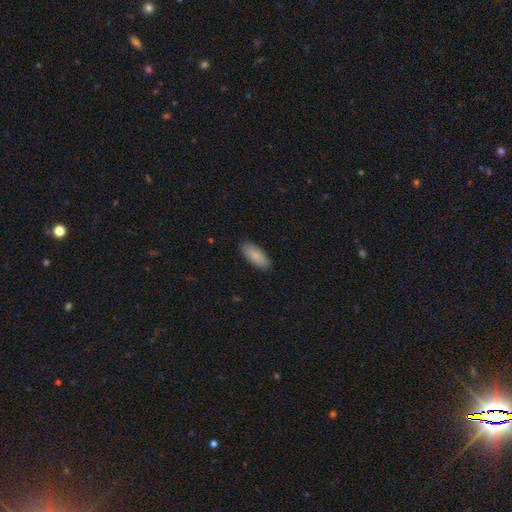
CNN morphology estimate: type=smooth (86%); roundness=in between (82%); merging=none (89%).